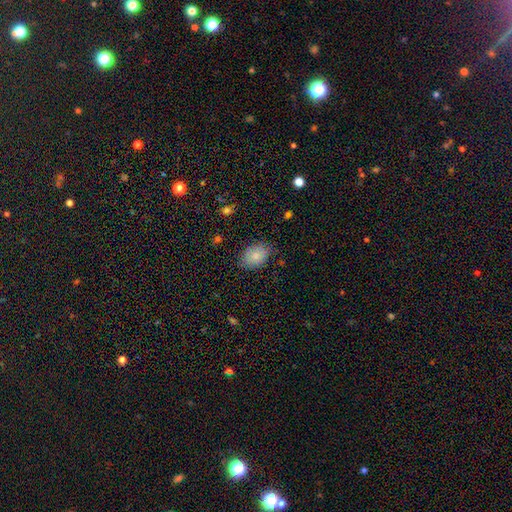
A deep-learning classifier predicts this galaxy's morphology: This appears to be a smooth galaxy with no disk features (83%) that is in between round and cigar-shaped (82%). Merging: none (79%).